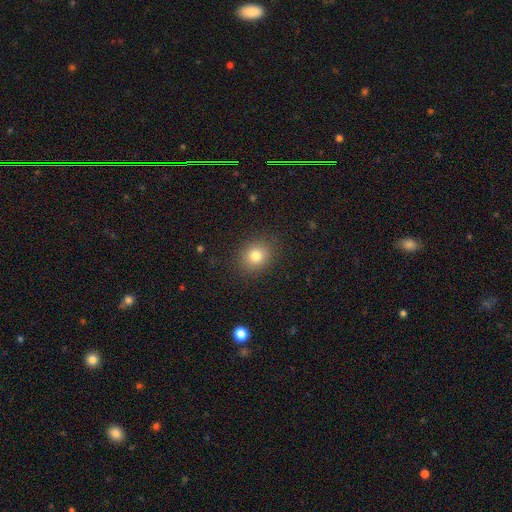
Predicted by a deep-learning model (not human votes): Q: Smooth or featured?
A: smooth (79%); runner-up: star or artifact (12%)
Q: How rounded?
A: round (72%); runner-up: in between (27%)
Q: Merging?
A: none (88%); runner-up: minor disturbance (8%)